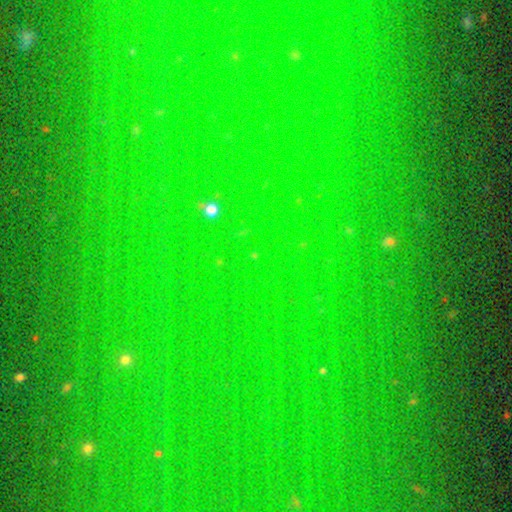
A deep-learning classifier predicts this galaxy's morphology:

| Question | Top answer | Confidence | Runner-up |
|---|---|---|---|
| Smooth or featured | star or artifact | 78% | smooth (13%) |